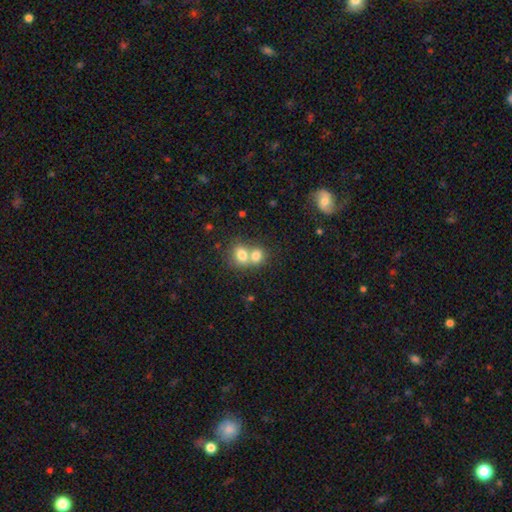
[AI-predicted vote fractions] Overall: smooth (76%). How rounded: round (54%; in between 45%). Merging: merger (67%).